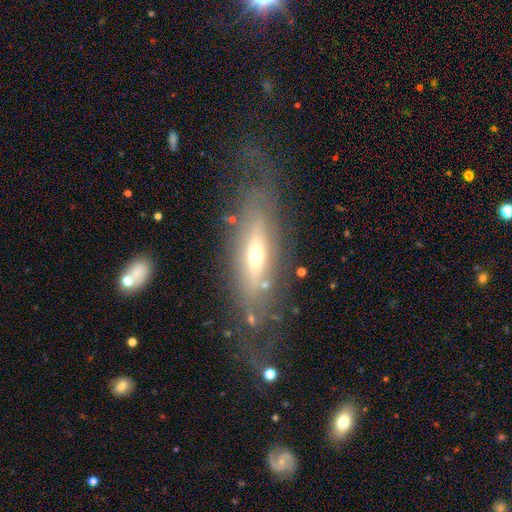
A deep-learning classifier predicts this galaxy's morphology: The model was most divided on "edge-on disk": no: 59%, yes: 41%. More confident: smooth or featured — featured or disk (68%); merging — none (62%).